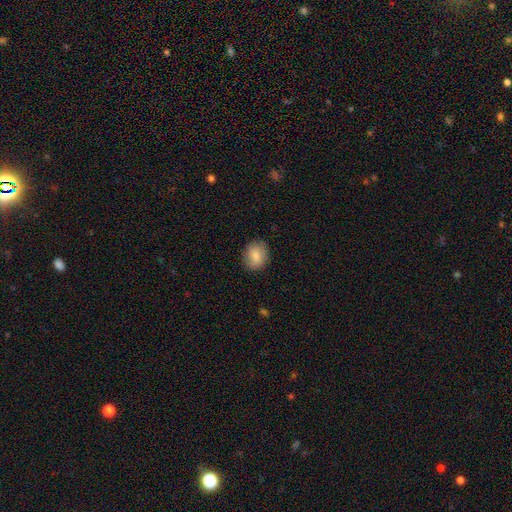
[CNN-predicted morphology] Q: Smooth or featured?
A: smooth (83%); runner-up: featured or disk (9%)
Q: How rounded?
A: round (56%); runner-up: in between (43%)
Q: Merging?
A: none (85%); runner-up: minor disturbance (11%)